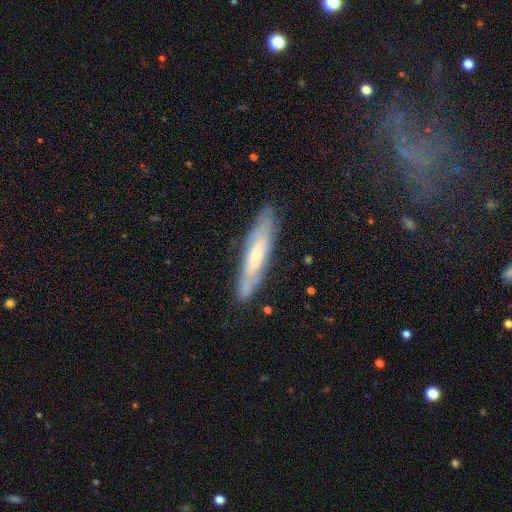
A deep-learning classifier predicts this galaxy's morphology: Overall: featured or disk (60%; smooth 33%). Edge-on disk: yes (52%; no 48%). Merging: none (81%).